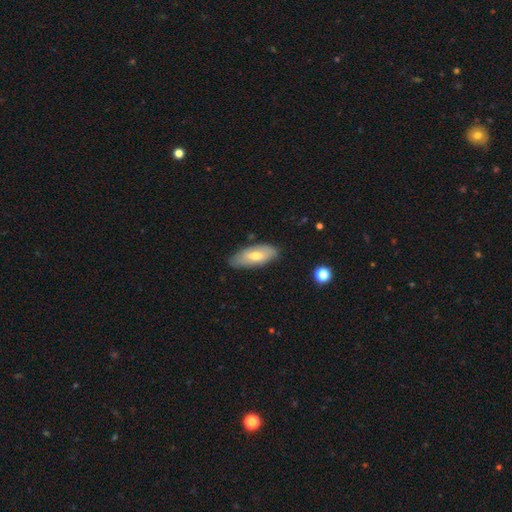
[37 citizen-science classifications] A smooth galaxy with no disk features (68%) that is in between round and cigar-shaped (92%). Merging: none (62%).